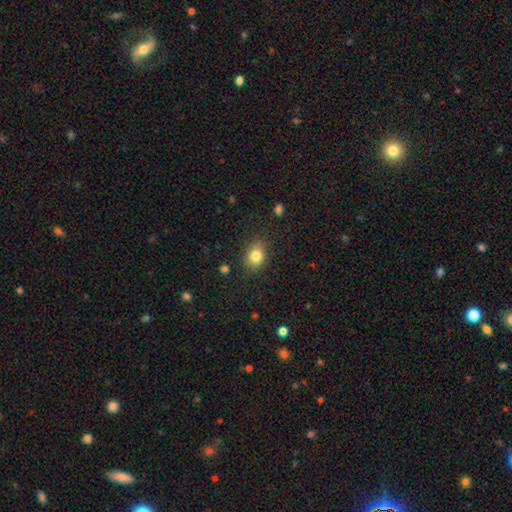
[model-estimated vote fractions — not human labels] Smooth or featured? Predicted: smooth (p=0.82). How rounded? Predicted: in between (p=0.50). Merging? Predicted: none (p=0.81).